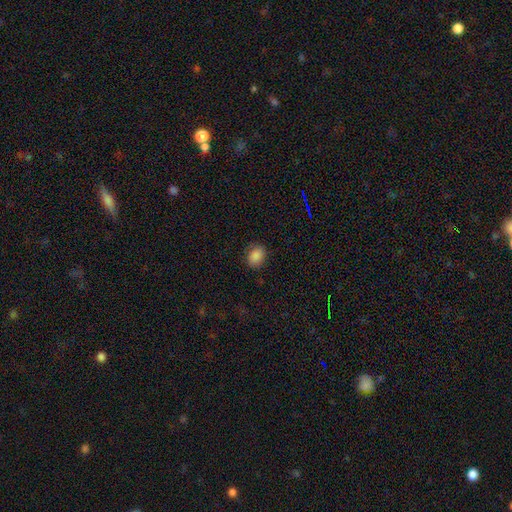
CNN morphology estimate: smooth-or-featured: smooth: 86% | star or artifact: 10% | featured or disk: 4%
  how-rounded: in between: 58% | round: 41% | cigar-shaped: 1%
  merging: none: 84% | minor disturbance: 12% | major disturbance: 3% | merger: 1%